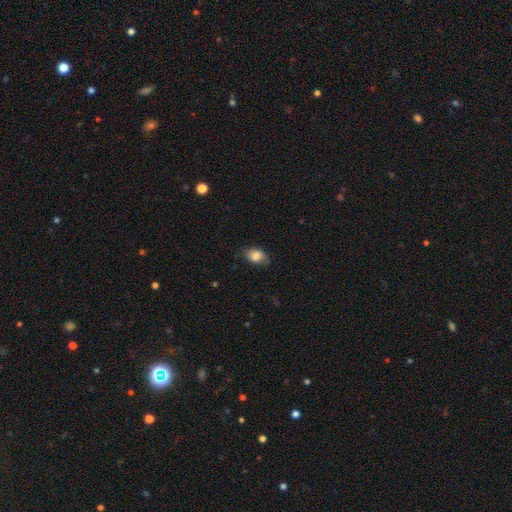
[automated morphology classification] This appears to be a smooth galaxy with no disk features (83%) that is in between round and cigar-shaped (84%). Merging: none (77%).